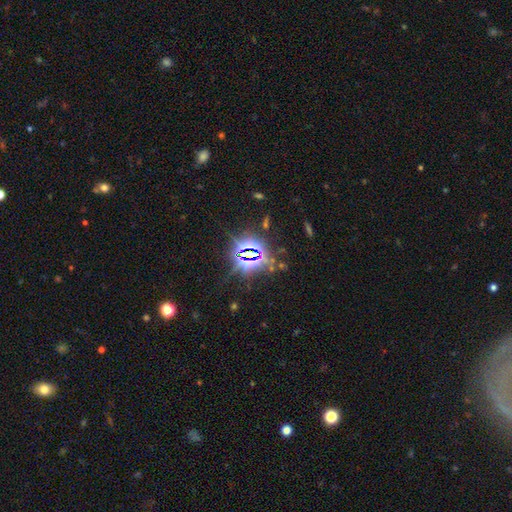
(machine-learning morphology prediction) This is clearly a star or artifact rather than a galaxy (83%).